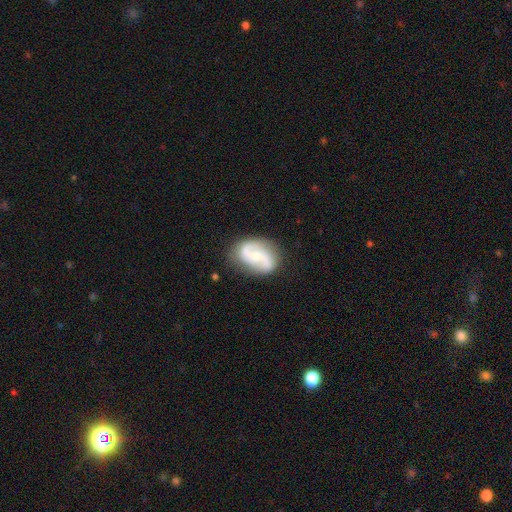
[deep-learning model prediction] Q: Smooth or featured?
A: featured or disk (81%); runner-up: smooth (13%)
Q: Edge-on disk?
A: no (97%); runner-up: yes (3%)
Q: Bar?
A: no (49%); runner-up: weak (38%)
Q: Spiral arms?
A: yes (95%); runner-up: no (5%)
Q: Spiral winding?
A: medium (43%); runner-up: loose (41%)
Q: Spiral arm count?
A: 2 (91%); runner-up: can't tell (4%)
Q: Bulge size?
A: small (50%); runner-up: moderate (44%)
Q: Merging?
A: none (78%); runner-up: minor disturbance (16%)